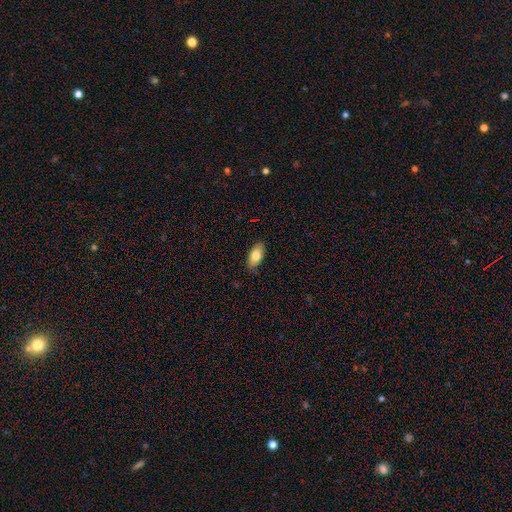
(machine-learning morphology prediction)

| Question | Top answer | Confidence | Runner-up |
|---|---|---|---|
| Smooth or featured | smooth | 80% | featured or disk (13%) |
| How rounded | in between | 92% | cigar-shaped (5%) |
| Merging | none | 85% | minor disturbance (12%) |